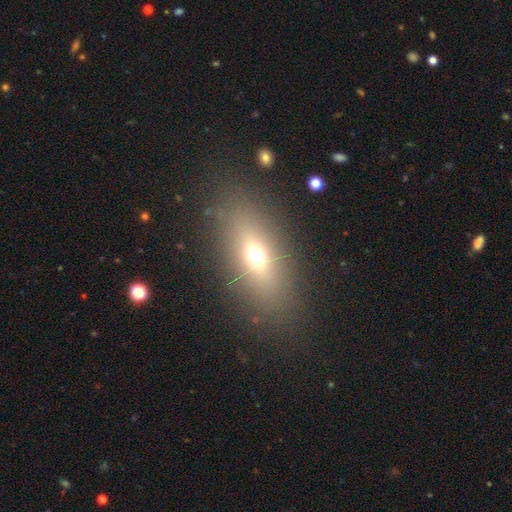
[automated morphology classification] Smooth or featured: smooth — 62% (featured or disk — 23%)
How rounded: in between — 73% (cigar-shaped — 18%)
Merging: none — 83% (minor disturbance — 10%)